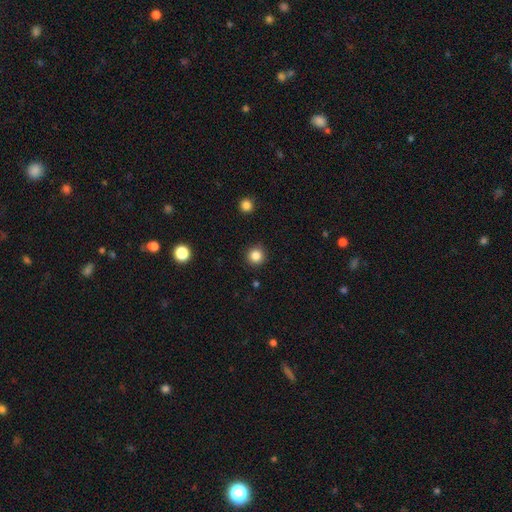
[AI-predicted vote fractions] smooth-or-featured: smooth: 84% | star or artifact: 12% | featured or disk: 4%
  how-rounded: round: 95% | in between: 4% | cigar-shaped: 1%
  merging: none: 91% | minor disturbance: 6% | major disturbance: 2% | merger: 1%